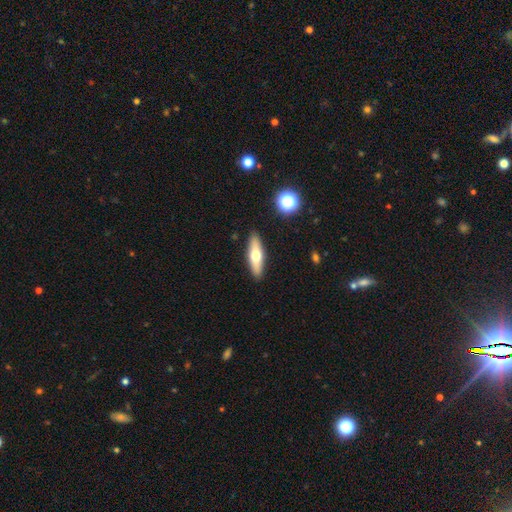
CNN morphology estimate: Smooth or featured?
  - smooth: 55% *
  - featured or disk: 38%
  - star or artifact: 7%
How rounded?
  - cigar-shaped: 57% *
  - in between: 40%
  - round: 3%
Merging?
  - none: 90% *
  - minor disturbance: 7%
  - major disturbance: 2%
  - merger: 1%